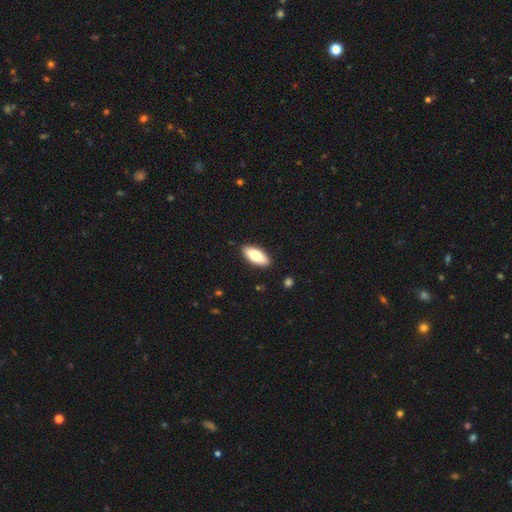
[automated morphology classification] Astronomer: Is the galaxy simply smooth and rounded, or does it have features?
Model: smooth — 73%.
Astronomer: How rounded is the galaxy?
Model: in between — 83%.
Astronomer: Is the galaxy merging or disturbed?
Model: none — 90%.